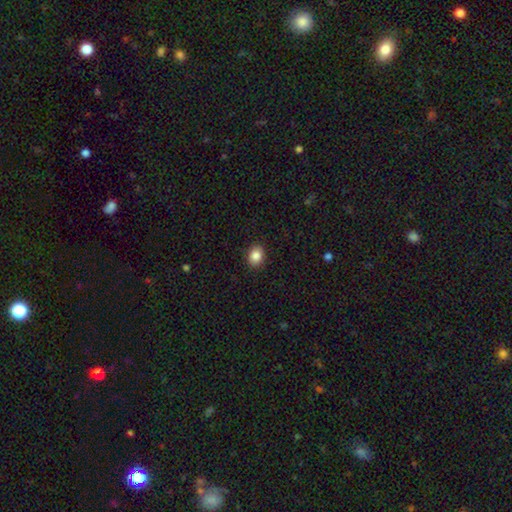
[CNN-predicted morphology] A smooth galaxy with no disk features (86%) that is in between round and cigar-shaped (55%). Merging: none (90%).